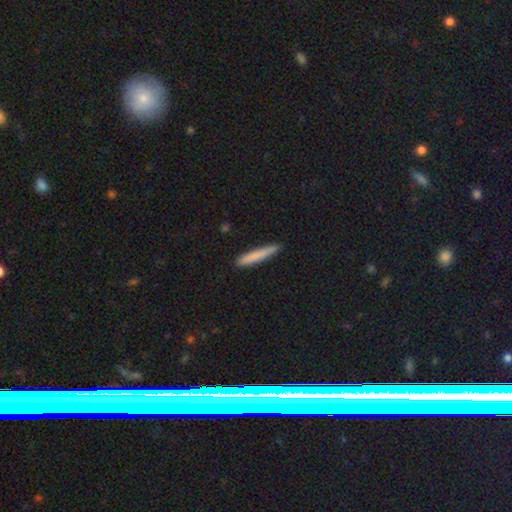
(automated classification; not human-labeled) A smooth galaxy with no disk features (81%) that is cigar-shaped (95%).

Vote fractions:
- Smooth or featured? smooth: 81% / featured or disk: 13% / star or artifact: 6%
- How rounded? cigar-shaped: 95% / in between: 4% / round: 1%
- Merging? none: 88% / minor disturbance: 10% / major disturbance: 2% / merger: 1%